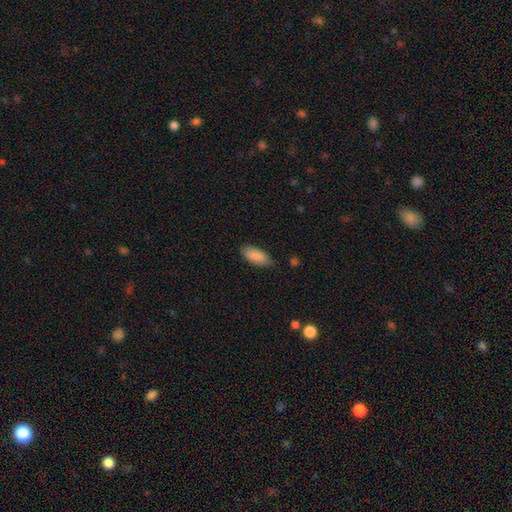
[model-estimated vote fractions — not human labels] Morphology: type=smooth (88%); roundness=in between (86%); merging=none (78%).